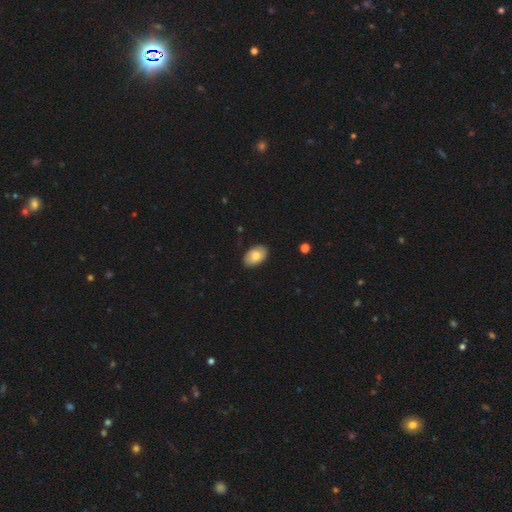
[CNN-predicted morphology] smooth 78%, featured or disk 16%, star or artifact 7%. Down the decision tree: how rounded — in between (91%); merging — none (84%).